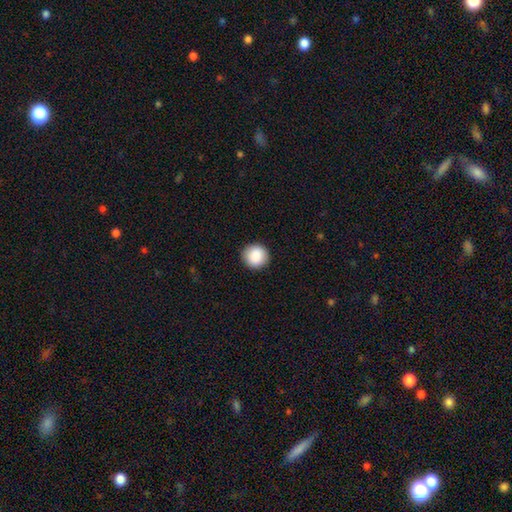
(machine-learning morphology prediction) Smooth or featured: smooth — 89% (star or artifact — 8%)
How rounded: round — 94% (in between — 5%)
Merging: none — 92% (minor disturbance — 6%)